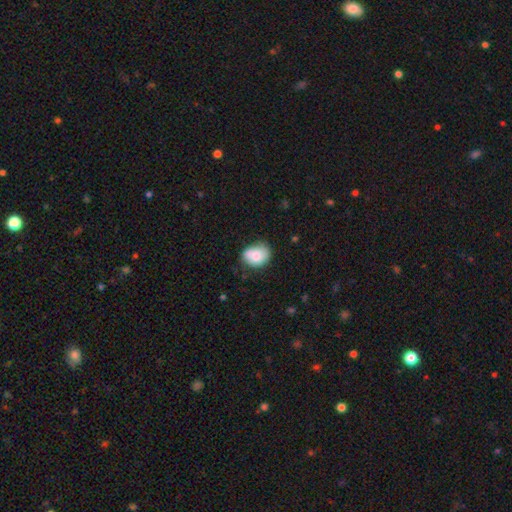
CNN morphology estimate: A smooth galaxy with no disk features (74%) that is in between round and cigar-shaped (56%). Merging: none (57%).